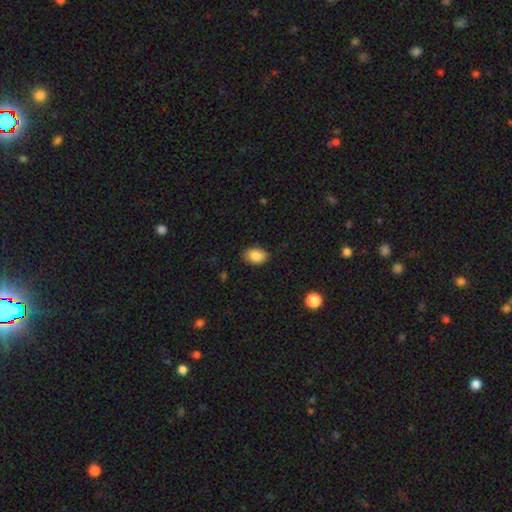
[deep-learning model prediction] Smooth or featured? smooth (87%)
How rounded? in between (85%)
Merging? none (85%)